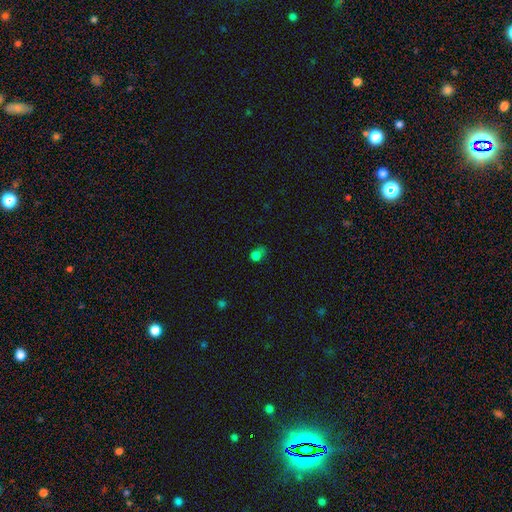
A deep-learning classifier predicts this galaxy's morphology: Smooth or featured? Predicted: smooth (p=0.73). How rounded? Predicted: round (p=0.60). Merging? Predicted: none (p=0.38).